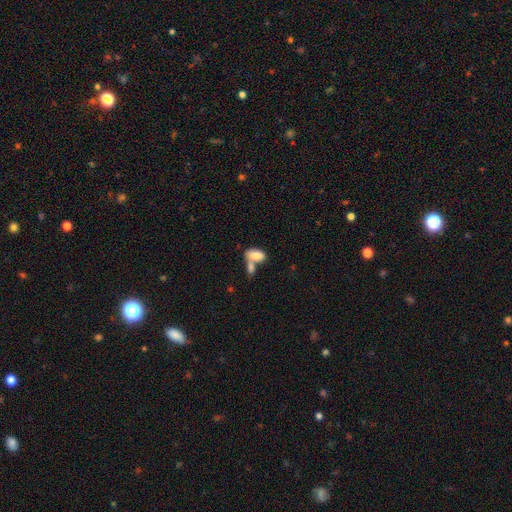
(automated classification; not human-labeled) Q: Smooth or featured?
A: smooth (81%); runner-up: featured or disk (12%)
Q: How rounded?
A: in between (93%); runner-up: round (4%)
Q: Merging?
A: merger (59%); runner-up: none (26%)